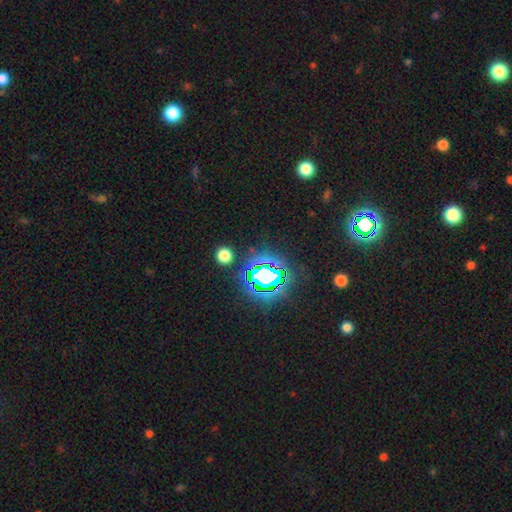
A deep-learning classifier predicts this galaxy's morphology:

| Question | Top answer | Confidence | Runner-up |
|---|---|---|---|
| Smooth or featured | star or artifact | 81% | smooth (12%) |